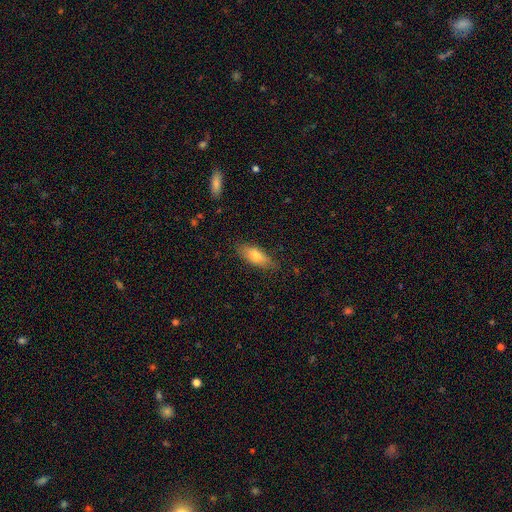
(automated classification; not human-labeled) Smooth or featured? Predicted: smooth (p=0.71). How rounded? Predicted: in between (p=0.66). Merging? Predicted: none (p=0.83).